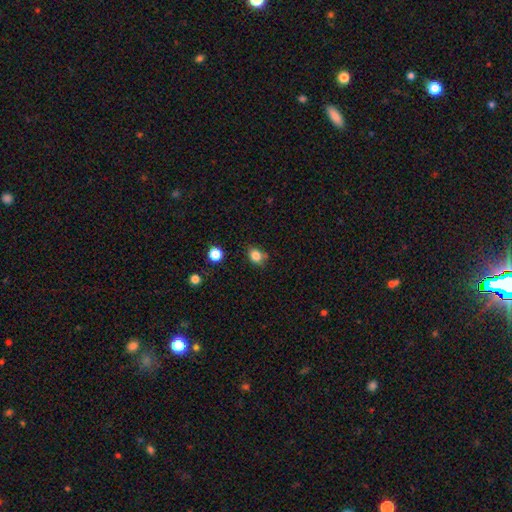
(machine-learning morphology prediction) smooth 83%, star or artifact 11%, featured or disk 6%. Down the decision tree: how rounded — round (51%); merging — none (69%).